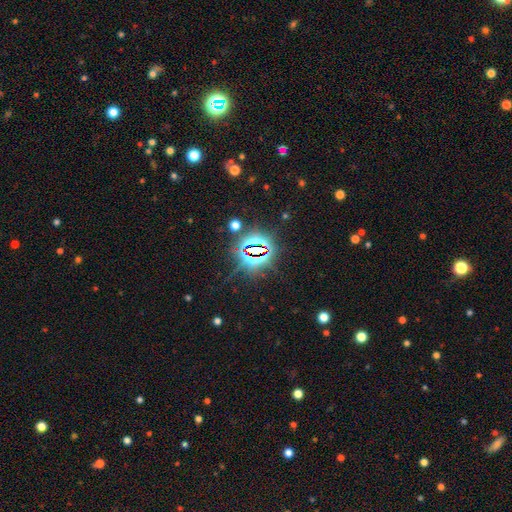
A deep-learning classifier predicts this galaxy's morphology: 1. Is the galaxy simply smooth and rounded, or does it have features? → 82% star or artifact, 11% smooth, 8% featured or disk.